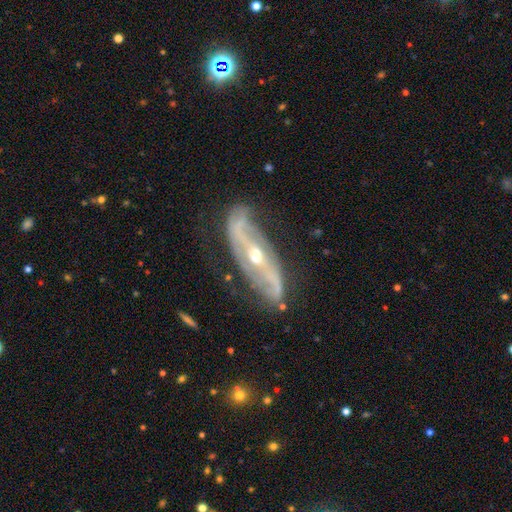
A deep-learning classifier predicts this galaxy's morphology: smooth-or-featured: featured or disk: 87% | smooth: 8% | star or artifact: 6%
  disk-edge-on: no: 86% | yes: 14%
    bar: no: 38% | strong: 35% | weak: 27%
    has-spiral-arms: yes: 92% | no: 8%
      spiral-winding: medium: 41% | loose: 33% | tight: 25%
      spiral-arm-count: 2: 89% | can't tell: 6% | 1: 2% | 3: 2% | 4: 1% | more than 4: 1%
    bulge-size: moderate: 53% | small: 42% | large: 3% | none: 1% | dominant: 1%
  merging: none: 75% | minor disturbance: 17% | major disturbance: 7% | merger: 2%